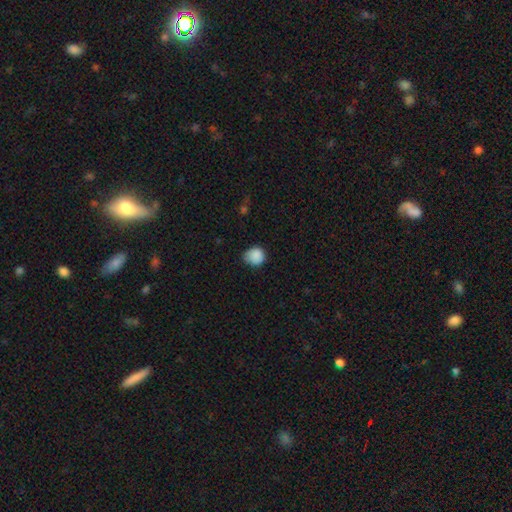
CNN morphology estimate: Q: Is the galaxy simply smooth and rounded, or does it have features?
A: smooth — 87%.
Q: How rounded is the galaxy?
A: round — 76%.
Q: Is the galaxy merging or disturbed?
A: none — 56%.